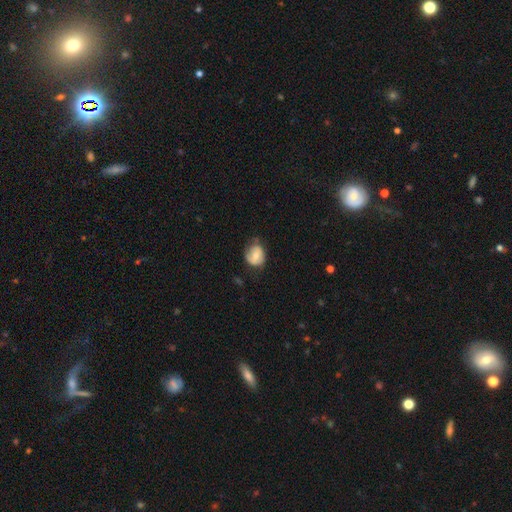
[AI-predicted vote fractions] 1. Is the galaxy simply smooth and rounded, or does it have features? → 58% smooth, 35% featured or disk, 7% star or artifact.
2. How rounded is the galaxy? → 60% round, 39% in between, 1% cigar-shaped.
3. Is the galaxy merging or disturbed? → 54% none, 33% minor disturbance, 12% major disturbance, 2% merger.